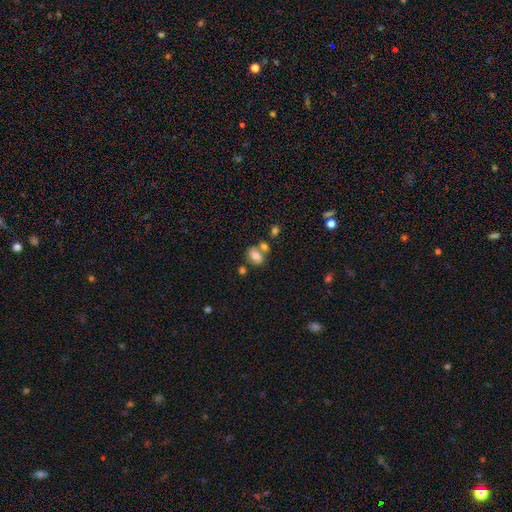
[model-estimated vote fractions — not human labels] Smooth or featured: smooth — 69% (featured or disk — 20%)
How rounded: in between — 69% (round — 30%)
Merging: none — 49% (merger — 31%)